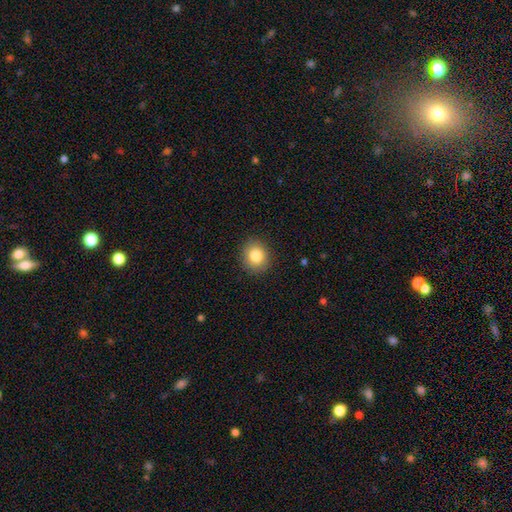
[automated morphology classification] Overall: smooth (84%). How rounded: round (79%). Merging: none (89%).